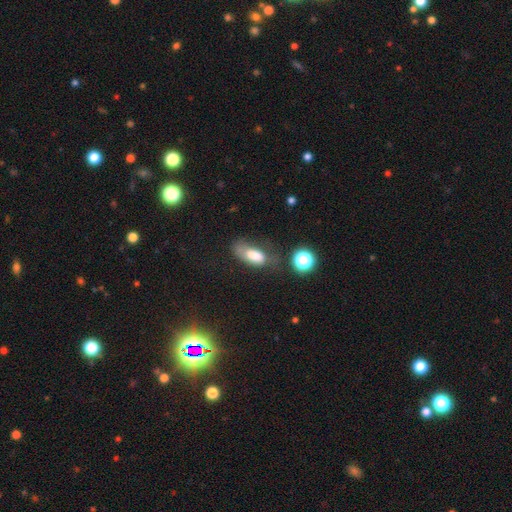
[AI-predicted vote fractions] Q: Smooth or featured?
A: smooth (69%); runner-up: featured or disk (18%)
Q: How rounded?
A: in between (84%); runner-up: cigar-shaped (11%)
Q: Merging?
A: none (35%); runner-up: minor disturbance (28%)